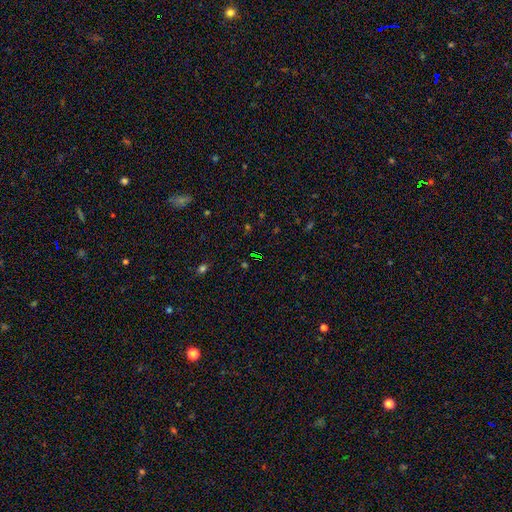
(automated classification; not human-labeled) smooth_or_featured: star or artifact (p=0.69) [alt: smooth p=0.21]